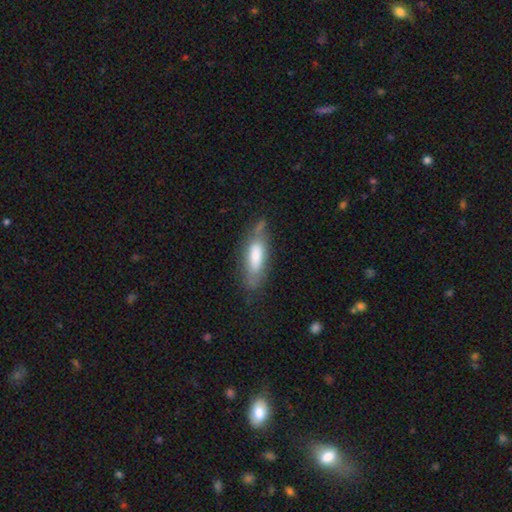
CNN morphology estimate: This appears to be a smooth galaxy with no disk features (65%) that is in between round and cigar-shaped (60%). Merging: none (58%).